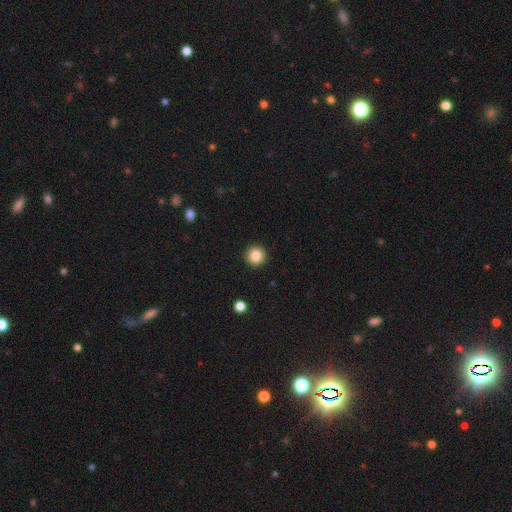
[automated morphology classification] Smooth or featured: smooth — 84% (star or artifact — 10%)
How rounded: round — 96% (in between — 3%)
Merging: none — 93% (minor disturbance — 4%)